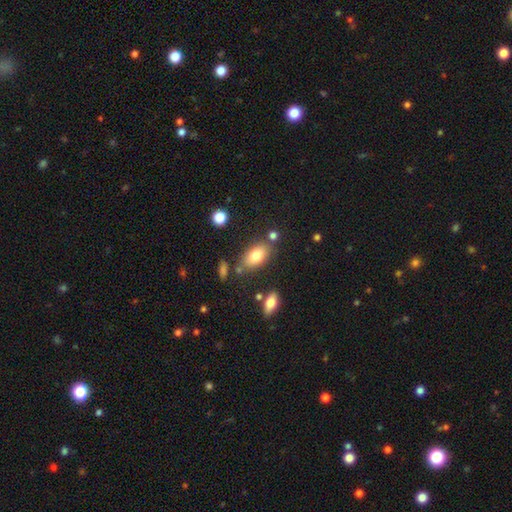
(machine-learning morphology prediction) A smooth galaxy with no disk features (78%) that is in between round and cigar-shaped (90%). Merging: none (73%).